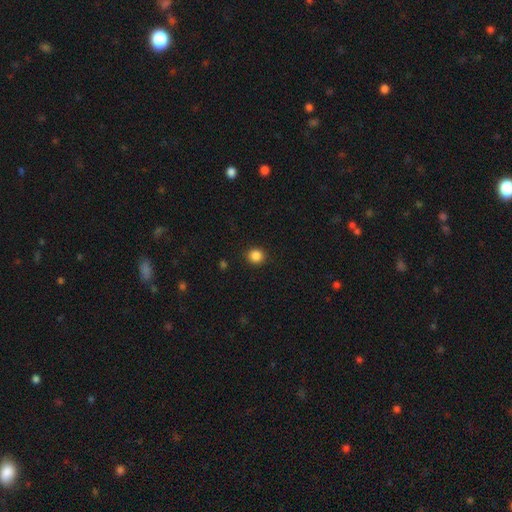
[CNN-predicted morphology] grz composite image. It shows a smooth galaxy with no disk features (86%) that is round (91%). Merging: none (92%).